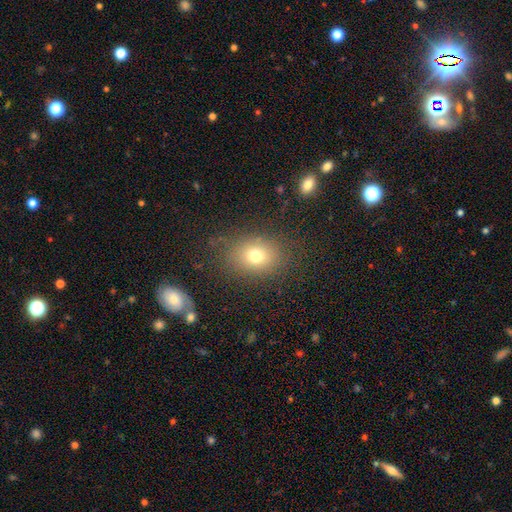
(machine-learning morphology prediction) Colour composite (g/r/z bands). It shows a smooth galaxy with no disk features (74%) that is in between round and cigar-shaped (62%). Merging: none (81%).